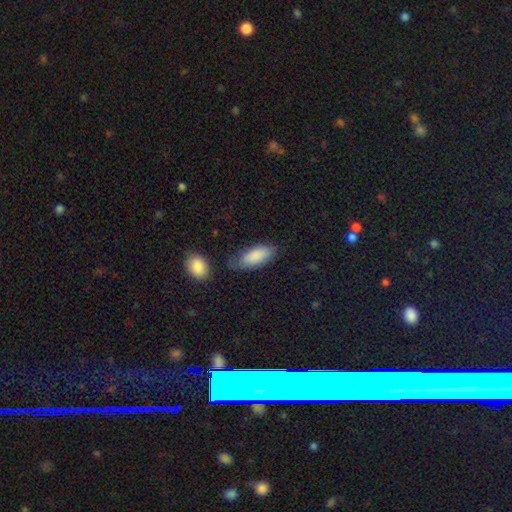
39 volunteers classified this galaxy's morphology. Overall: smooth (92%). How rounded: in between (89%). Merging: none (51%; minor disturbance 41%).